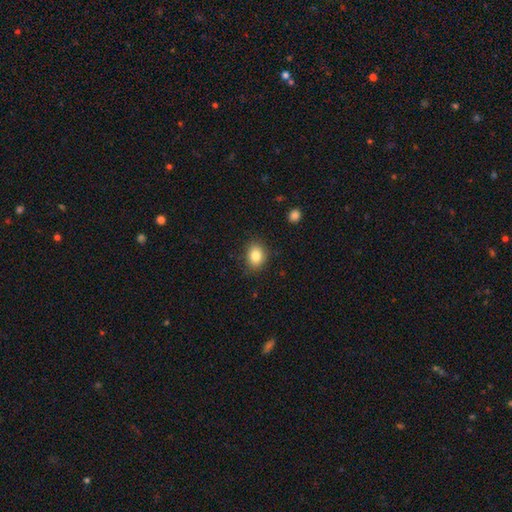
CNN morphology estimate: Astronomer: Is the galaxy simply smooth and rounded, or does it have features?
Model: smooth — 84%.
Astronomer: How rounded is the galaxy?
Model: in between — 60% (runner-up: round, 39%).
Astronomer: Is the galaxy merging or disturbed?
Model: none — 85%.